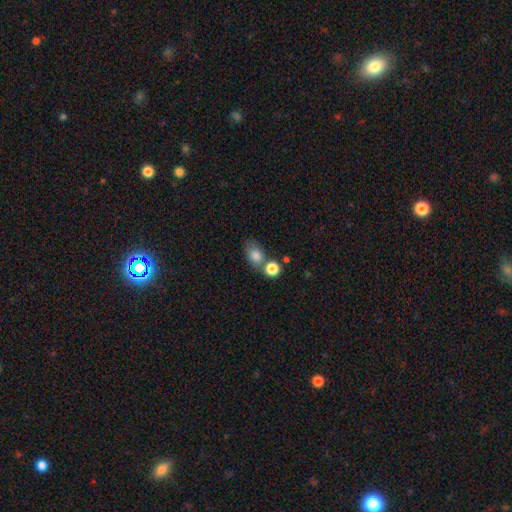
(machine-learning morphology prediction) smooth 81%, star or artifact 10%, featured or disk 9%. Down the decision tree: how rounded — in between (66%); merging — none (49%).